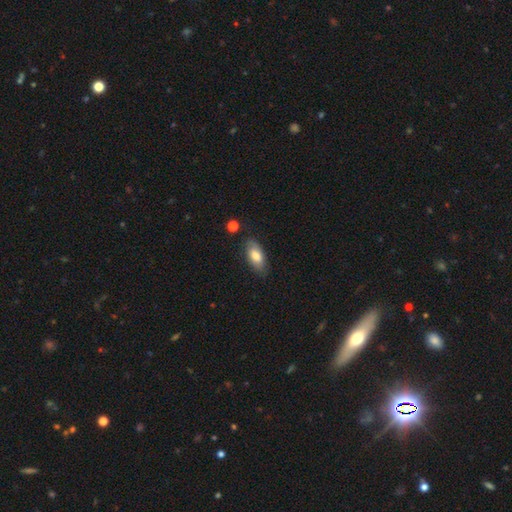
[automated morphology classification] The model was most divided on "smooth or featured": smooth: 76%, featured or disk: 18%, star or artifact: 6%. More confident: how rounded — in between (90%); merging — none (79%).